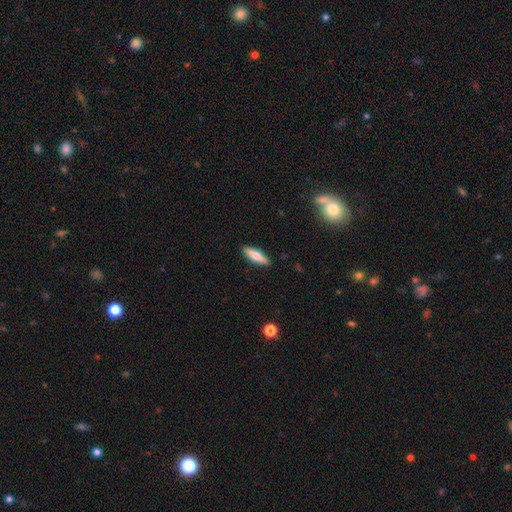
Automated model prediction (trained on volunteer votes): This appears to be a smooth galaxy with no disk features (61%) that is cigar-shaped (56%). Merging: none (90%).